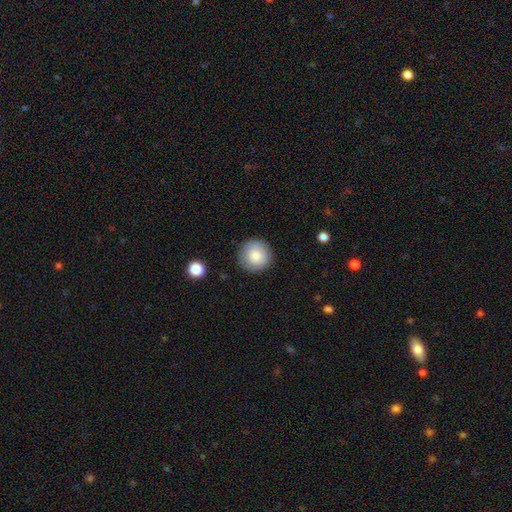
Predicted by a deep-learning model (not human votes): Q: Smooth or featured?
A: smooth (84%); runner-up: featured or disk (8%)
Q: How rounded?
A: round (96%); runner-up: in between (3%)
Q: Merging?
A: none (89%); runner-up: minor disturbance (8%)